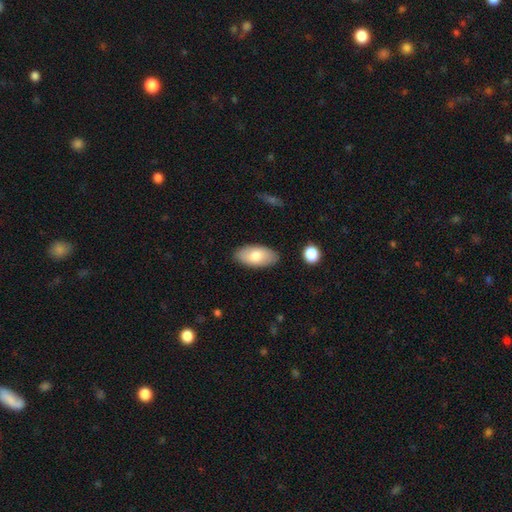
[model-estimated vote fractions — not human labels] Smooth or featured: smooth — 77% (featured or disk — 17%)
How rounded: in between — 94% (cigar-shaped — 3%)
Merging: none — 85% (minor disturbance — 10%)